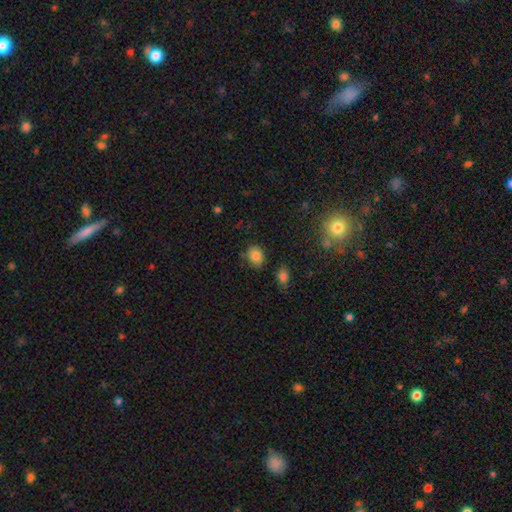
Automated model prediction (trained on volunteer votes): A smooth galaxy with no disk features (83%) that is in between round and cigar-shaped (50%).

Vote fractions:
- Smooth or featured? smooth: 83% / star or artifact: 11% / featured or disk: 6%
- How rounded? in between: 50% / round: 49% / cigar-shaped: 1%
- Merging? none: 79% / minor disturbance: 13% / merger: 4% / major disturbance: 3%